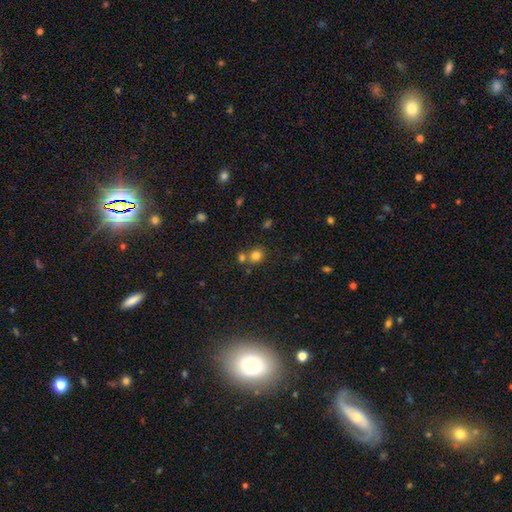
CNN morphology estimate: type=smooth (78%); roundness=round (81%); merging=none (60%).